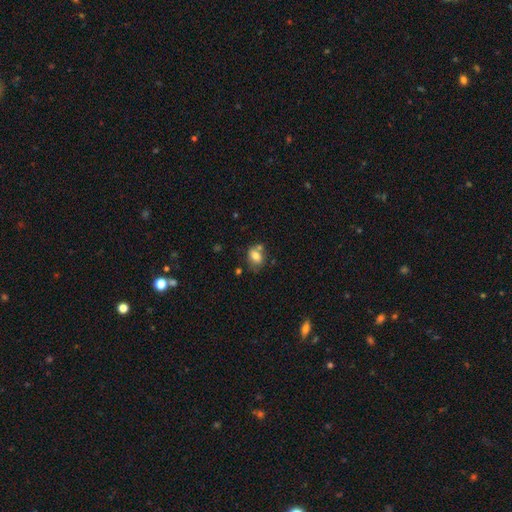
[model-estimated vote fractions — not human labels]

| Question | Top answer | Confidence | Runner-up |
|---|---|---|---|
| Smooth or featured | smooth | 74% | featured or disk (17%) |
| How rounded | in between | 65% | round (34%) |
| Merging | none | 51% | merger (23%) |